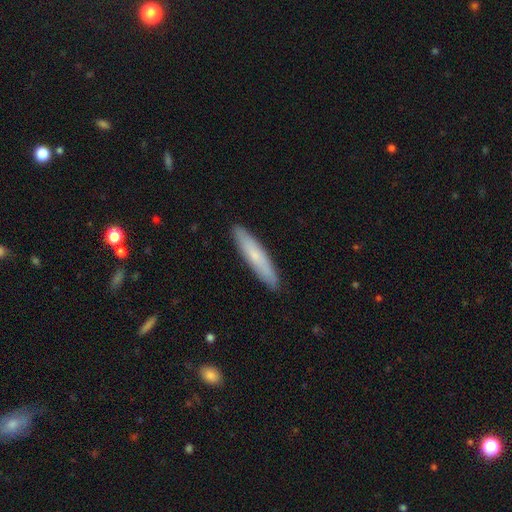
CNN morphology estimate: A smooth galaxy with no disk features (66%) that is cigar-shaped (88%).

Vote fractions:
- Smooth or featured? smooth: 66% / featured or disk: 28% / star or artifact: 6%
- How rounded? cigar-shaped: 88% / in between: 11% / round: 1%
- Merging? none: 90% / minor disturbance: 7% / major disturbance: 1% / merger: 1%